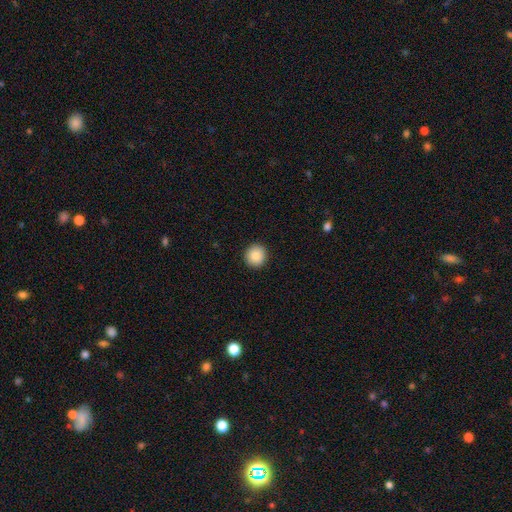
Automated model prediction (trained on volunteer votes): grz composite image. It shows a smooth galaxy with no disk features (86%) that is round (93%). Merging: none (93%).